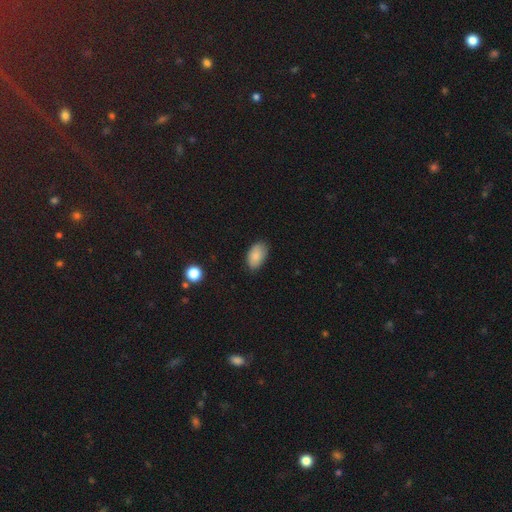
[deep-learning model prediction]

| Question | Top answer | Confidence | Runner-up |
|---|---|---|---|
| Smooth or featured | smooth | 86% | star or artifact (7%) |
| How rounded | in between | 93% | round (6%) |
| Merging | none | 81% | minor disturbance (16%) |